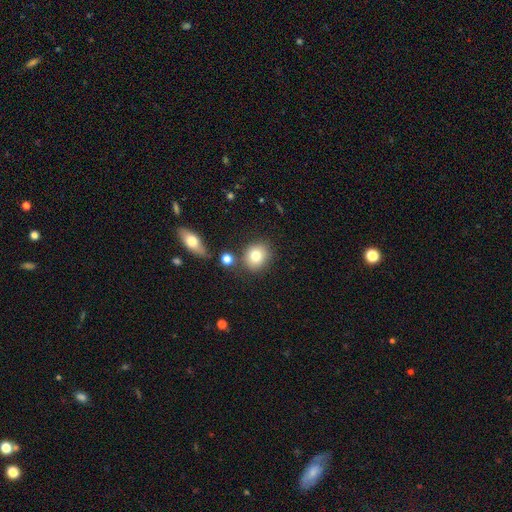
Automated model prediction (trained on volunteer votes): A smooth galaxy with no disk features (80%) that is round (69%).

Vote fractions:
- Smooth or featured? smooth: 80% / featured or disk: 11% / star or artifact: 10%
- How rounded? round: 69% / in between: 29% / cigar-shaped: 1%
- Merging? none: 77% / minor disturbance: 11% / merger: 8% / major disturbance: 3%